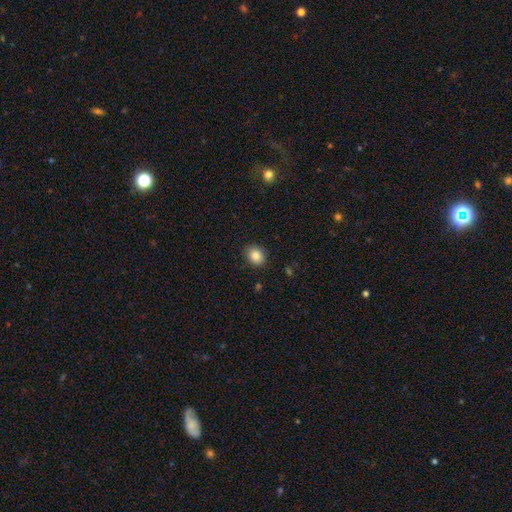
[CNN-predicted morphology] Smooth or featured?
  - smooth: 85% *
  - star or artifact: 9%
  - featured or disk: 6%
How rounded?
  - round: 59% *
  - in between: 40%
  - cigar-shaped: 1%
Merging?
  - none: 87% *
  - minor disturbance: 10%
  - major disturbance: 2%
  - merger: 1%